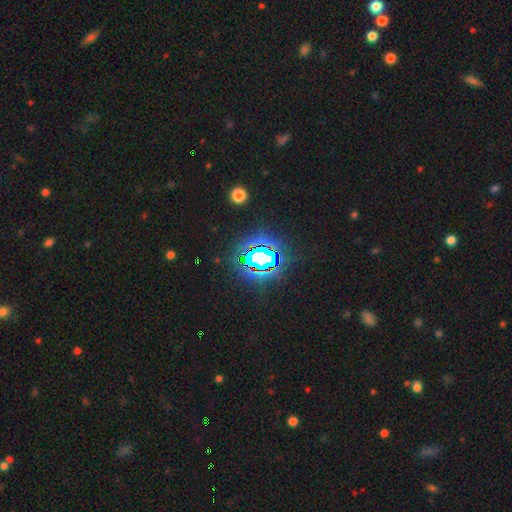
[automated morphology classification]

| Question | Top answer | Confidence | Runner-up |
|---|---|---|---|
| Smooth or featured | star or artifact | 74% | smooth (14%) |